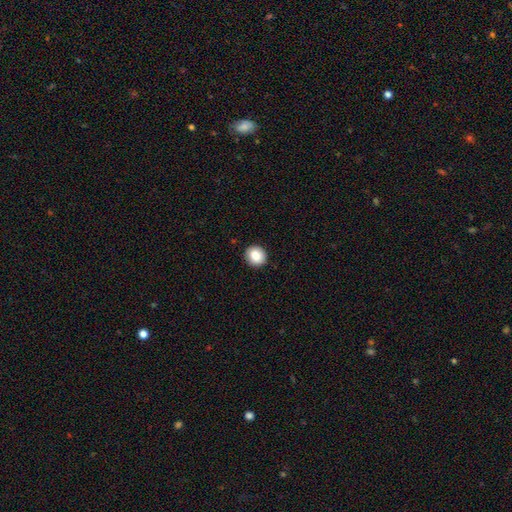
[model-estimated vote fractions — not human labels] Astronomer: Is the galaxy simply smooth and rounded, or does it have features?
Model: smooth — 87%.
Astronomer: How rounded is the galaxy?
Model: round — 82%.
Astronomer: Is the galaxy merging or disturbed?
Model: none — 91%.